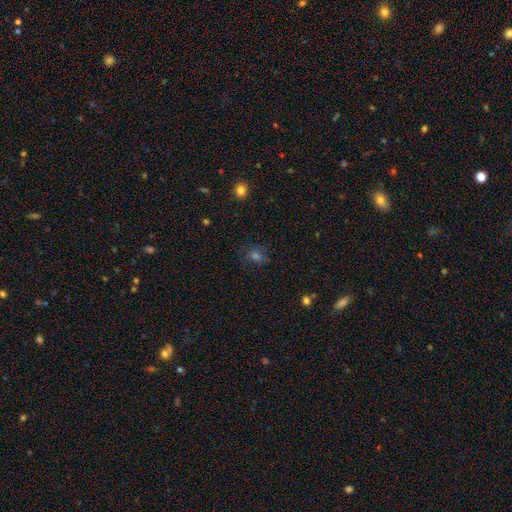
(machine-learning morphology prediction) Q: Smooth or featured?
A: smooth (44%); runner-up: star or artifact (34%)
Q: Merging?
A: none (75%); runner-up: minor disturbance (15%)